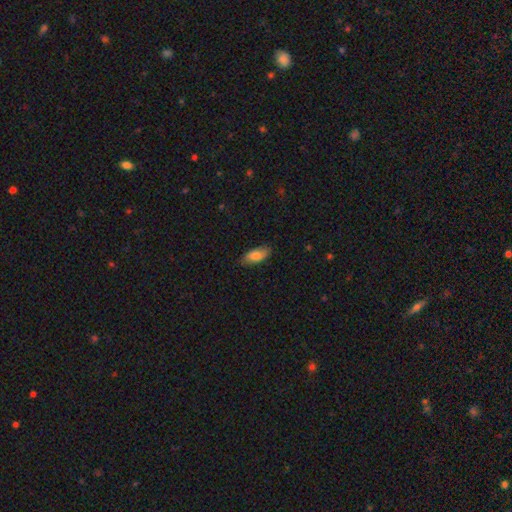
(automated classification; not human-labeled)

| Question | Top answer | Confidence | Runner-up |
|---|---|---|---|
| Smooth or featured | smooth | 74% | featured or disk (19%) |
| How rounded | in between | 85% | cigar-shaped (13%) |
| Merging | none | 81% | minor disturbance (15%) |